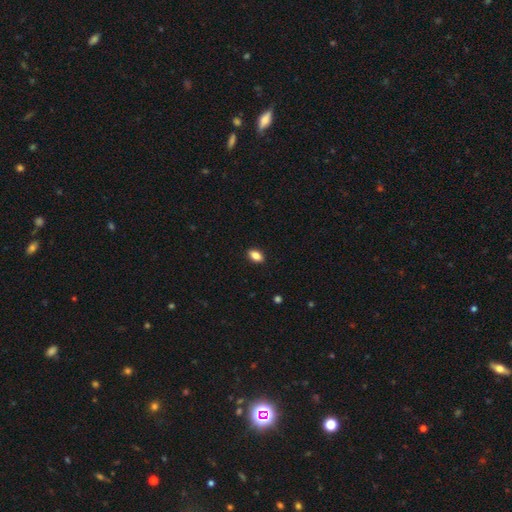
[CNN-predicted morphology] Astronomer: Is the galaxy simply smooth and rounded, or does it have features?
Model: smooth — 86%.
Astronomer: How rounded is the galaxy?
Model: in between — 89%.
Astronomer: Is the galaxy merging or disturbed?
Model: none — 90%.